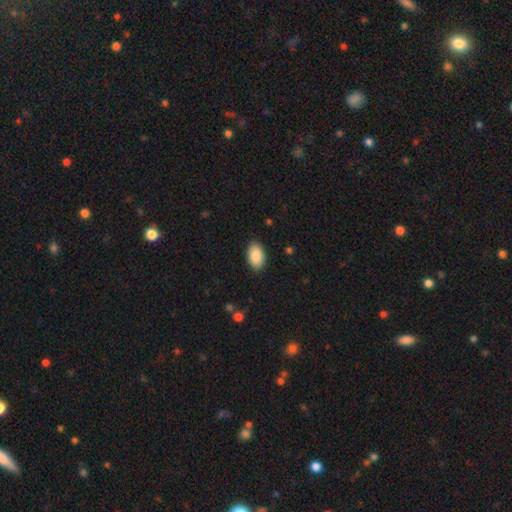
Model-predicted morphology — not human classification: This is clearly a smooth galaxy (89%). How rounded: clearly in between (94%). Merging: clearly none (88%).